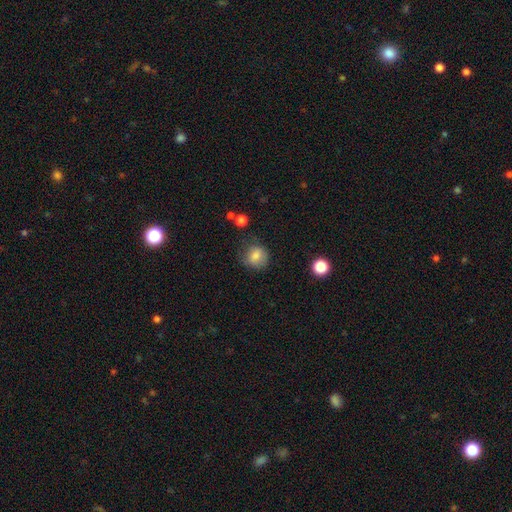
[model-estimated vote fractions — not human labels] Morphology: type=smooth (80%); roundness=round (75%); merging=none (70%).